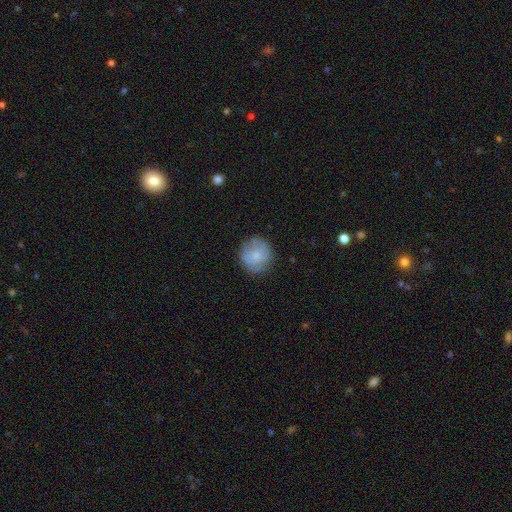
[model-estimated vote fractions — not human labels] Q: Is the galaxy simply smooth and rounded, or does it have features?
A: smooth — 71%.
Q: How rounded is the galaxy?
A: round — 91%.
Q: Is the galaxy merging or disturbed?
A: none — 80%.